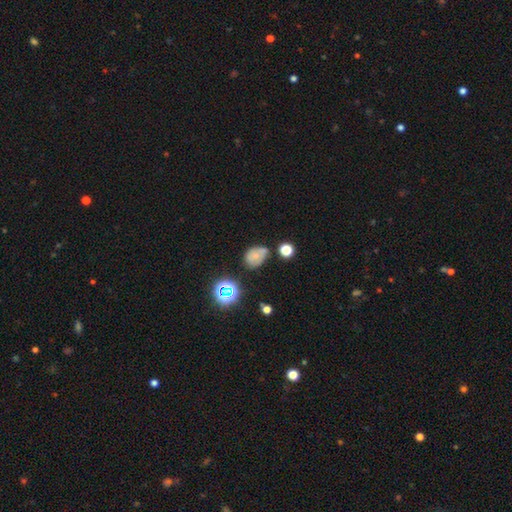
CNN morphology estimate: This is likely a smooth galaxy (64%). How rounded: likely in between (67%). Merging: possibly none (51%).